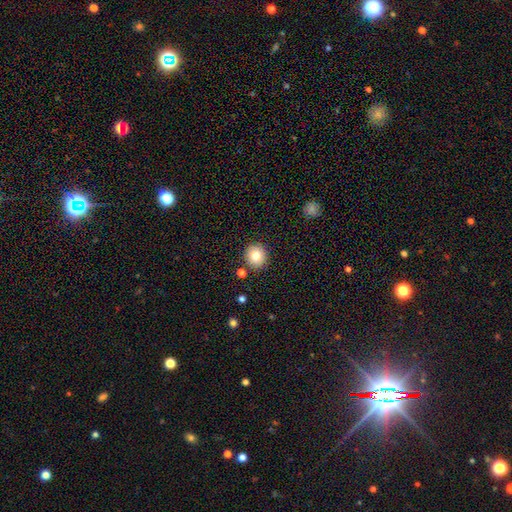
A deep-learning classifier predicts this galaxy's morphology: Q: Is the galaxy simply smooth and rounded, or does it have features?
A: smooth — 80%.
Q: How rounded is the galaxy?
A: round — 92%.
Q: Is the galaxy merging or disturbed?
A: none — 88%.